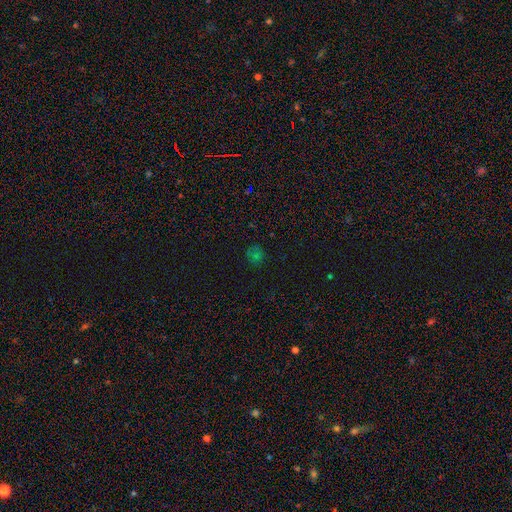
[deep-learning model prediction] Morphology: type=smooth (56%); roundness=round (78%); merging=none (79%).